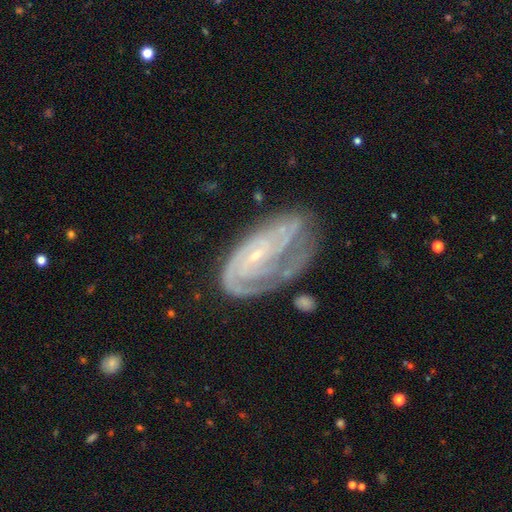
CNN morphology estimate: Smooth or featured?
  - featured or disk: 85% *
  - smooth: 8%
  - star or artifact: 6%
Edge-on disk?
  - no: 96% *
  - yes: 4%
Bar?
  - no: 61% *
  - weak: 27%
  - strong: 12%
Spiral arms?
  - yes: 95% *
  - no: 5%
Spiral winding?
  - tight: 65% *
  - medium: 28%
  - loose: 7%
Spiral arm count?
  - 2: 36% *
  - can't tell: 25%
  - 3: 18%
  - 1: 9%
  - 4: 7%
  - more than 4: 5%
Bulge size?
  - small: 85% *
  - moderate: 11%
  - none: 3%
  - large: 1%
  - dominant: 1%
Merging?
  - none: 49% *
  - minor disturbance: 27%
  - major disturbance: 19%
  - merger: 4%